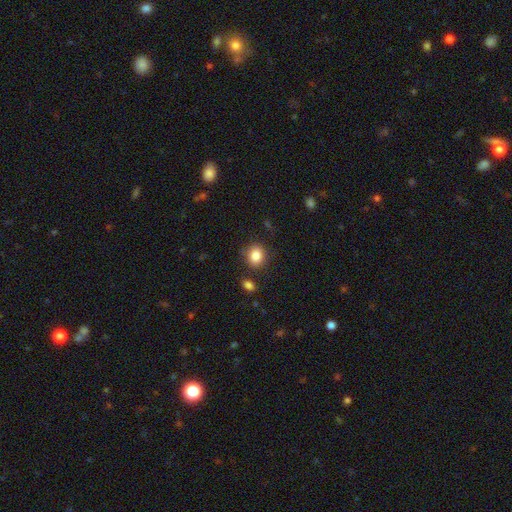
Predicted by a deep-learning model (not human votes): Q: Smooth or featured?
A: smooth (85%); runner-up: star or artifact (9%)
Q: How rounded?
A: round (69%); runner-up: in between (30%)
Q: Merging?
A: none (83%); runner-up: minor disturbance (10%)